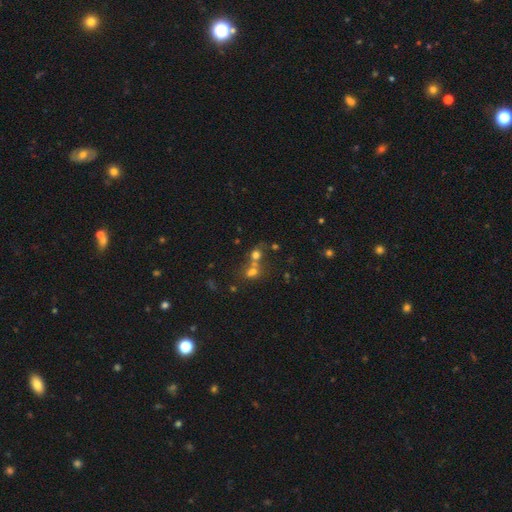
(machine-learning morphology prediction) A smooth galaxy with no disk features (61%) that is round (72%). Merging: merger (55%).